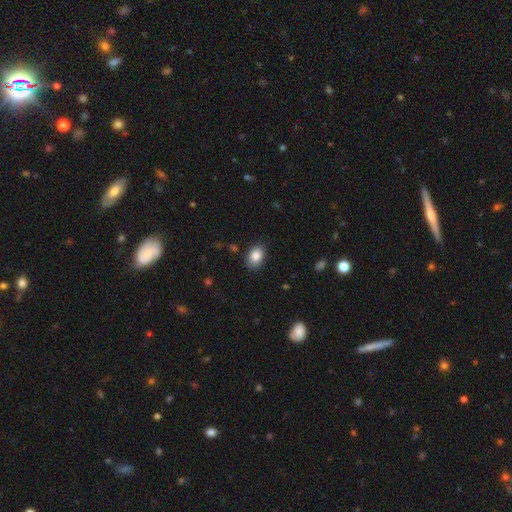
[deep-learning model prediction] This appears to be a smooth galaxy with no disk features (86%) that is in between round and cigar-shaped (76%). Merging: none (85%).